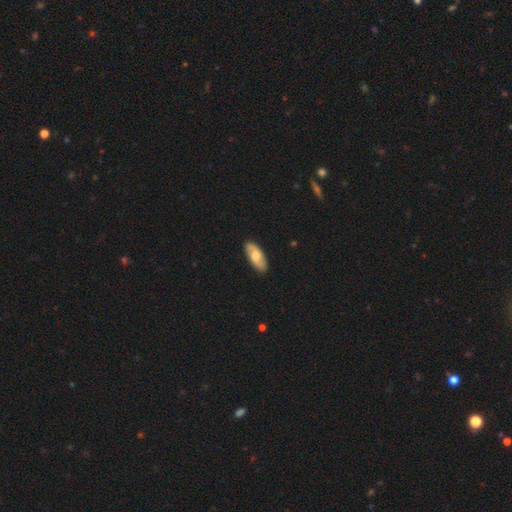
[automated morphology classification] The model was most divided on "smooth or featured": smooth: 48%, featured or disk: 47%, star or artifact: 5%. More confident: merging — none (89%).